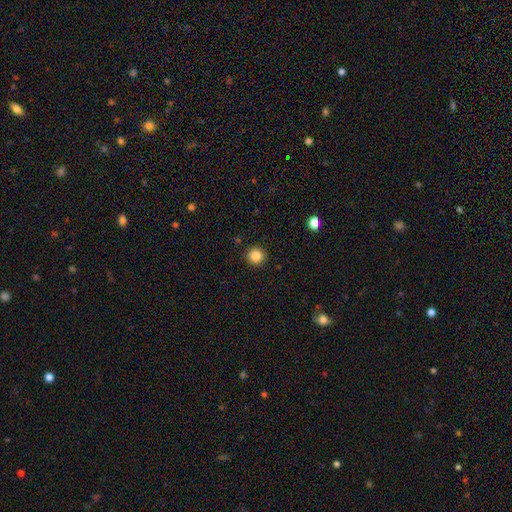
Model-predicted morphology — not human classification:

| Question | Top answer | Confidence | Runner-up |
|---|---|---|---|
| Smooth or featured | smooth | 85% | star or artifact (11%) |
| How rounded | round | 95% | in between (4%) |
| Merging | none | 92% | minor disturbance (5%) |